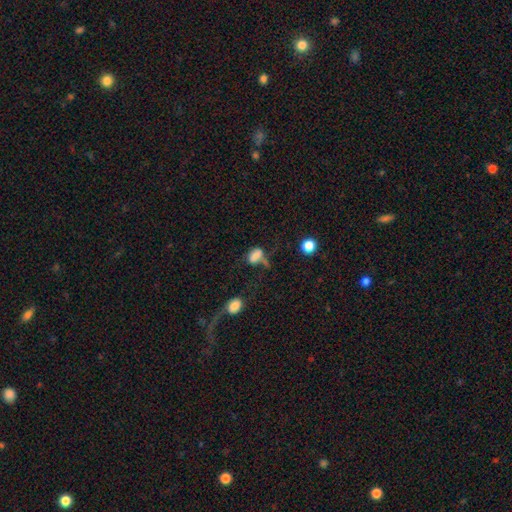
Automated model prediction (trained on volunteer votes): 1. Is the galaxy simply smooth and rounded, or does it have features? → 68% smooth, 17% featured or disk, 15% star or artifact.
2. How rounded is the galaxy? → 80% in between, 17% round, 3% cigar-shaped.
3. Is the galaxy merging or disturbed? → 31% major disturbance, 26% none, 24% merger, 18% minor disturbance.